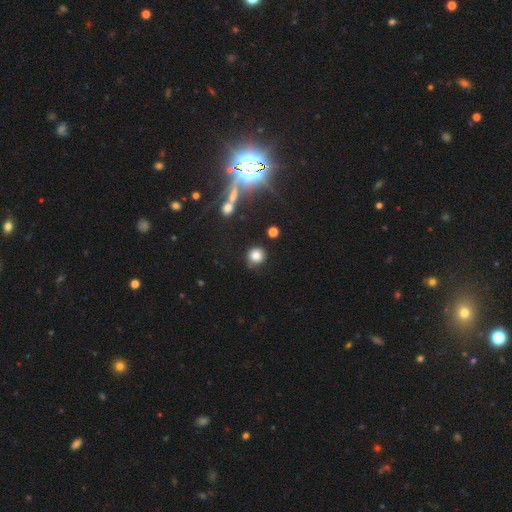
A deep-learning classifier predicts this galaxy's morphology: Overall: smooth (78%). How rounded: round (90%). Merging: none (76%).